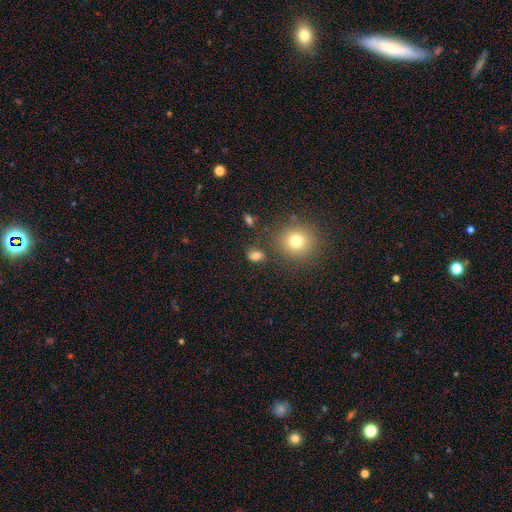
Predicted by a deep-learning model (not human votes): Smooth or featured: smooth — 76% (star or artifact — 16%)
How rounded: in between — 54% (round — 44%)
Merging: none — 70% (minor disturbance — 15%)